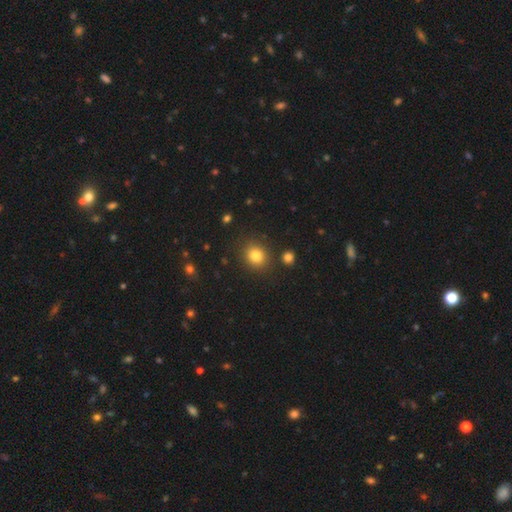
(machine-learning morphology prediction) A smooth galaxy with no disk features (82%) that is round (74%). Merging: none (85%).